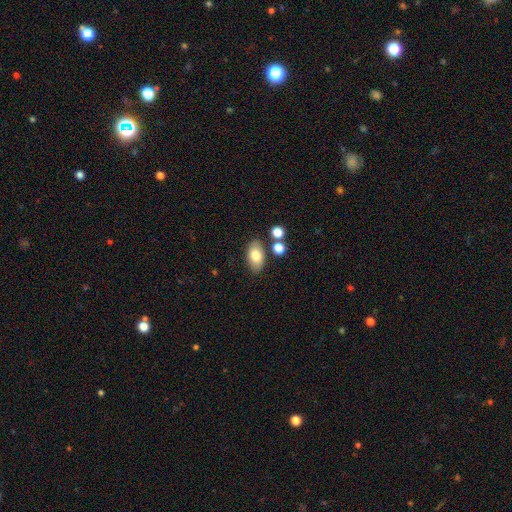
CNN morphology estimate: Smooth or featured?
  - smooth: 78% *
  - featured or disk: 14%
  - star or artifact: 8%
How rounded?
  - in between: 92% *
  - round: 6%
  - cigar-shaped: 2%
Merging?
  - none: 78% *
  - minor disturbance: 12%
  - merger: 7%
  - major disturbance: 3%